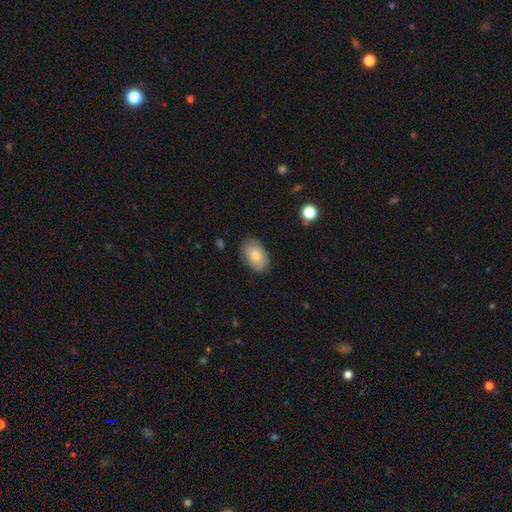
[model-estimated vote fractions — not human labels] Morphology: type=smooth (79%); roundness=in between (90%); merging=none (82%).